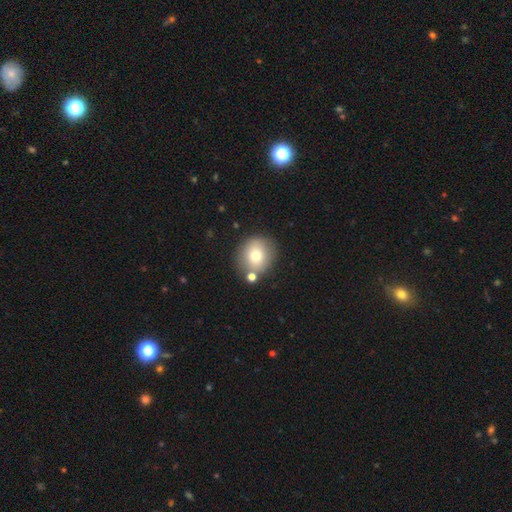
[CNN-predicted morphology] Smooth or featured? Predicted: smooth (p=0.76). How rounded? Predicted: round (p=0.81). Merging? Predicted: none (p=0.74).